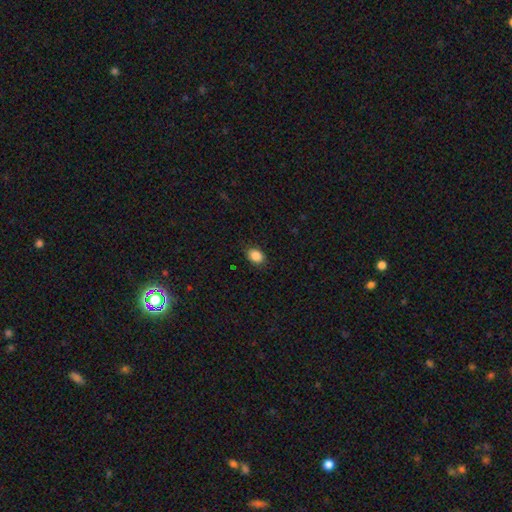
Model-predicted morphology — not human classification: smooth_or_featured: smooth (p=0.87) [alt: star or artifact p=0.09]
how_rounded: in between (p=0.67) [alt: round p=0.32]
merging: none (p=0.88) [alt: minor disturbance p=0.09]